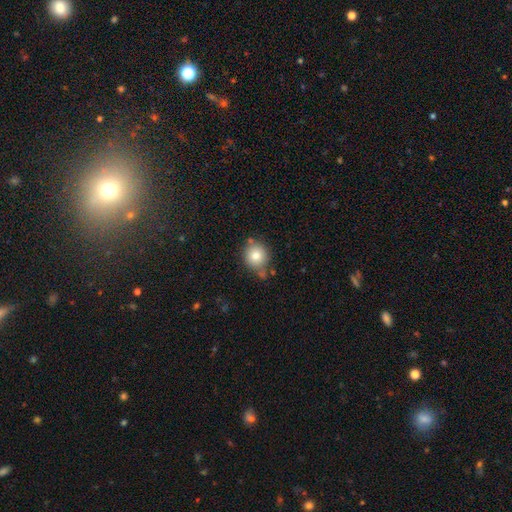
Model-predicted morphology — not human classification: smooth_or_featured: smooth (p=0.80) [alt: featured or disk p=0.10]
how_rounded: round (p=0.86) [alt: in between p=0.13]
merging: none (p=0.68) [alt: minor disturbance p=0.17]